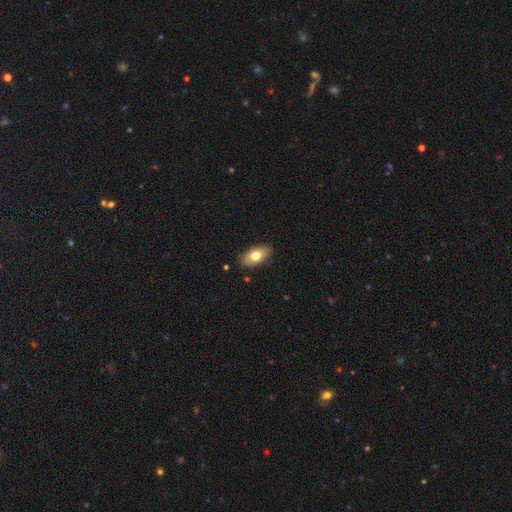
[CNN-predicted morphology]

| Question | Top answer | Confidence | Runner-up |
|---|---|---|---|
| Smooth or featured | smooth | 76% | featured or disk (18%) |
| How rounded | in between | 91% | round (5%) |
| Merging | none | 87% | minor disturbance (10%) |